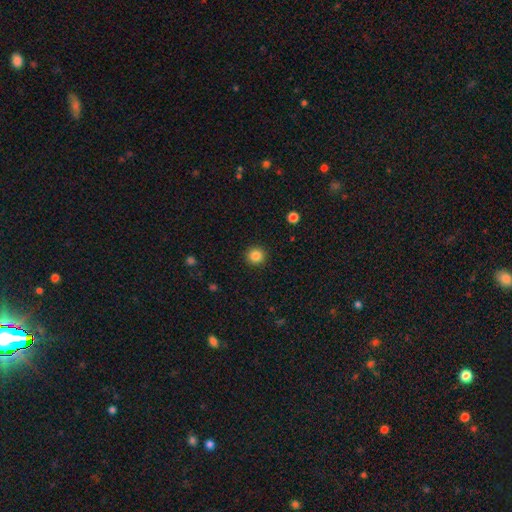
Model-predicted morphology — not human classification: This is clearly a smooth galaxy (85%). How rounded: clearly round (95%). Merging: clearly none (92%).